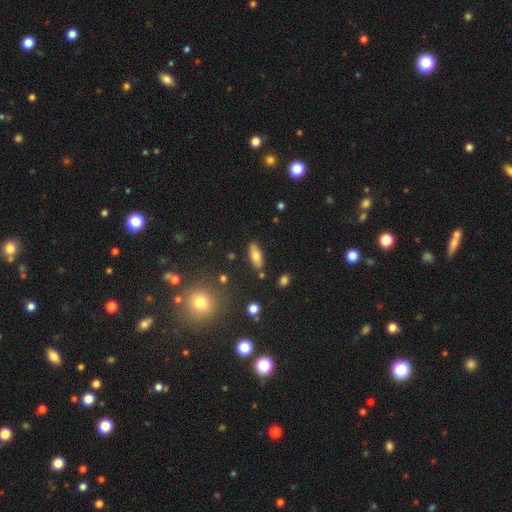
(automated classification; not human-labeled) smooth 71%, featured or disk 20%, star or artifact 9%. Down the decision tree: how rounded — in between (72%); merging — none (83%).